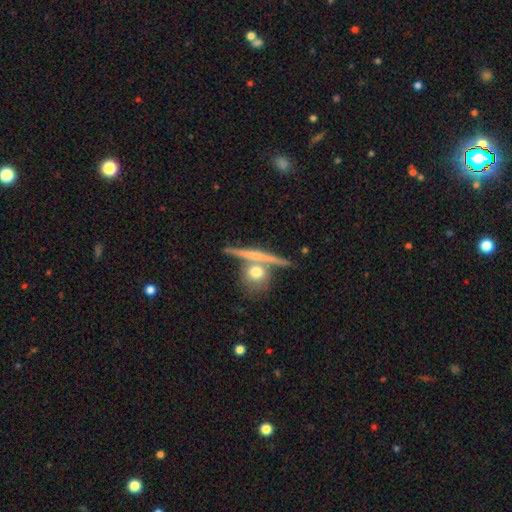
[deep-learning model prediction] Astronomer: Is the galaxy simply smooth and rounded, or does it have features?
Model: featured or disk — 51% (runner-up: smooth, 41%).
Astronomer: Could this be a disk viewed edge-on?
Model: yes — 90%.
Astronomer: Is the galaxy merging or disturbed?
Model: none — 69%.